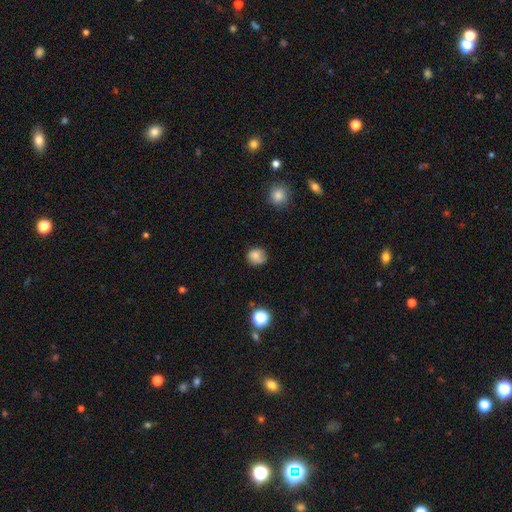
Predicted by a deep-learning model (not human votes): Overall: smooth (79%). How rounded: round (80%). Merging: none (68%).